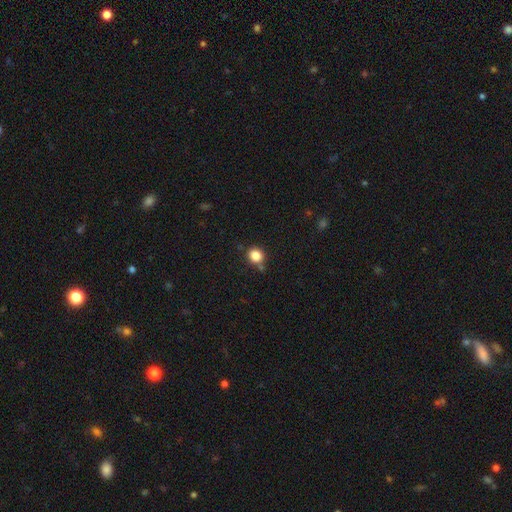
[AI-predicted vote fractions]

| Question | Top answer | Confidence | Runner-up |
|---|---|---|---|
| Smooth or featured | smooth | 84% | star or artifact (11%) |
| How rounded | round | 83% | in between (16%) |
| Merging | none | 75% | minor disturbance (14%) |